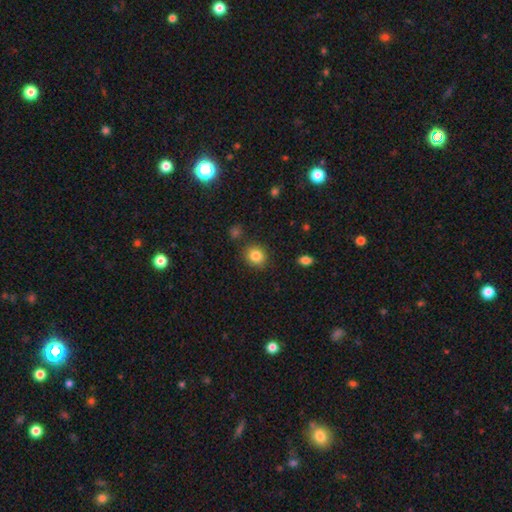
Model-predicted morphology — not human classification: Smooth or featured: smooth — 84% (star or artifact — 10%)
How rounded: round — 81% (in between — 18%)
Merging: none — 86% (minor disturbance — 8%)